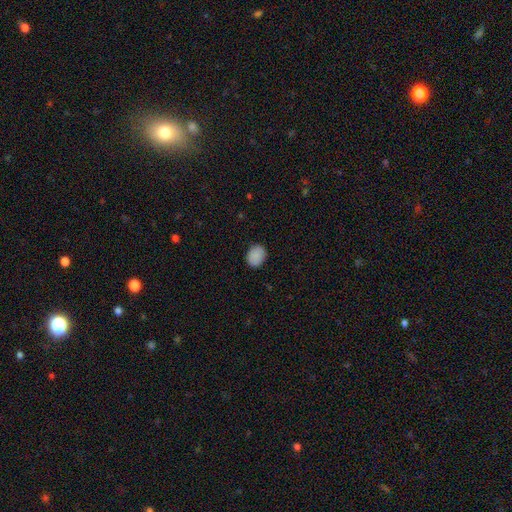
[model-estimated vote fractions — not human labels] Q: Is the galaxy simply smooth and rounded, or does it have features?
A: smooth — 88%.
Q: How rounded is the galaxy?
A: in between — 56%.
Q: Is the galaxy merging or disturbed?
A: none — 86%.